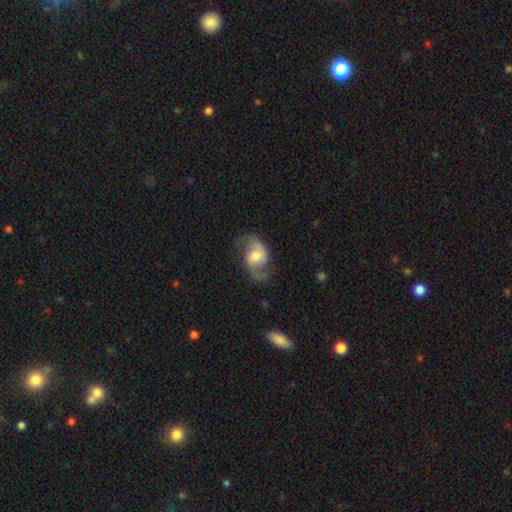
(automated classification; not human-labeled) This appears to be a featured or disk galaxy (79%) with no bar (48%), 2 (91%) loose (48%) spiral arms (94%) and a moderate central bulge (62%). Merging: none (73%).